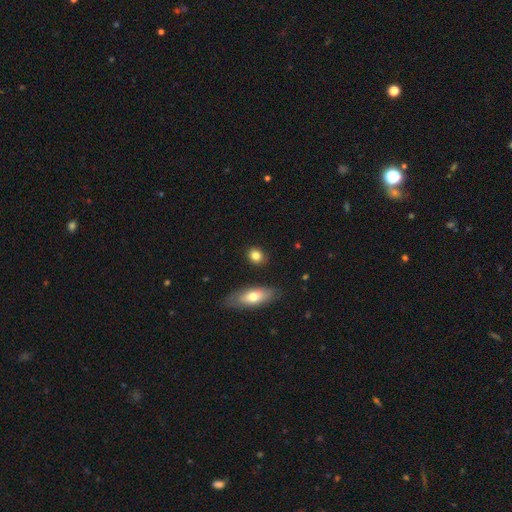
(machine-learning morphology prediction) Smooth or featured: smooth — 81% (featured or disk — 10%)
How rounded: round — 68% (in between — 29%)
Merging: none — 85% (minor disturbance — 9%)